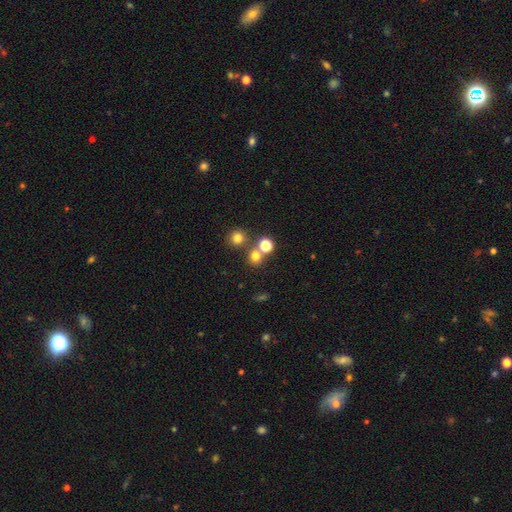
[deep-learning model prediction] This is likely a smooth galaxy (72%). How rounded: clearly round (86%). Merging: likely none (63%).